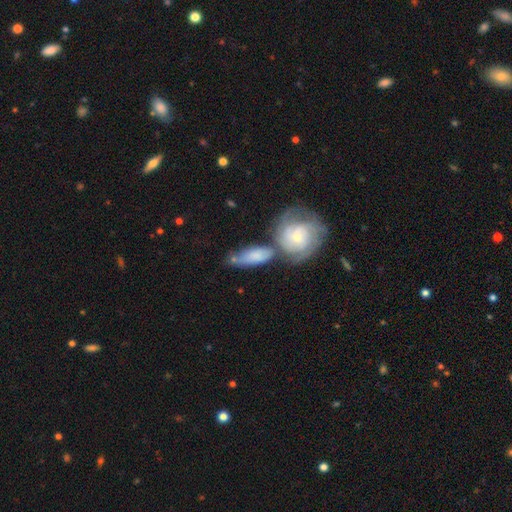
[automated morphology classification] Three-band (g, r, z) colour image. It shows a smooth galaxy with no disk features (56%) that is in between round and cigar-shaped (67%). Merging: none (38%).